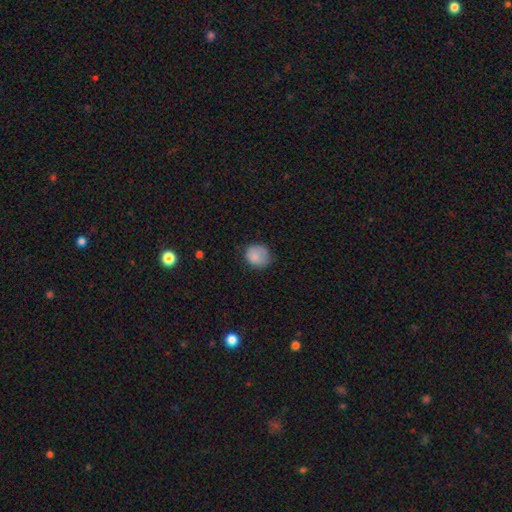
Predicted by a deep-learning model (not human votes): smooth-or-featured: smooth: 84% | star or artifact: 8% | featured or disk: 8%
  how-rounded: round: 77% | in between: 22% | cigar-shaped: 1%
  merging: none: 66% | minor disturbance: 25% | major disturbance: 8% | merger: 1%